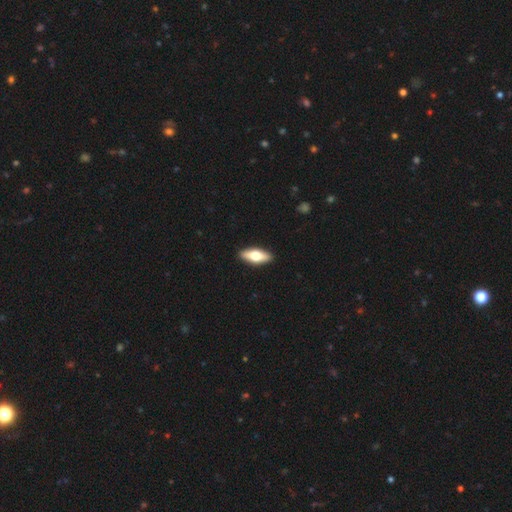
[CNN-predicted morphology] Smooth or featured? smooth (56%)
How rounded? in between (67%)
Merging? none (91%)